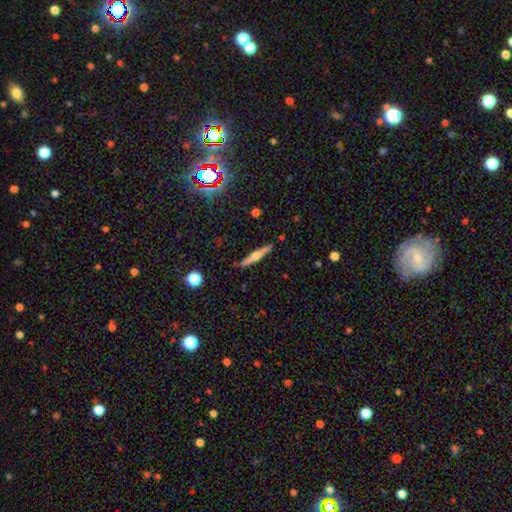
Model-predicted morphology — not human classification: Smooth or featured: featured or disk — 64% (smooth — 29%)
Edge-on disk: yes — 97% (no — 3%)
Edge-on bulge: rounded — 89% (boxy — 7%)
Merging: none — 88% (minor disturbance — 8%)